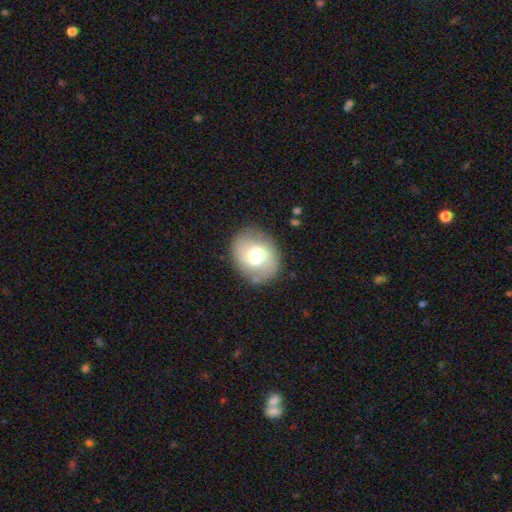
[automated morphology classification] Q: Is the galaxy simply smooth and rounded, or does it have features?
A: smooth — 56%.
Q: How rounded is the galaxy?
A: round — 55%.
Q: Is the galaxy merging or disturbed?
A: none — 80%.